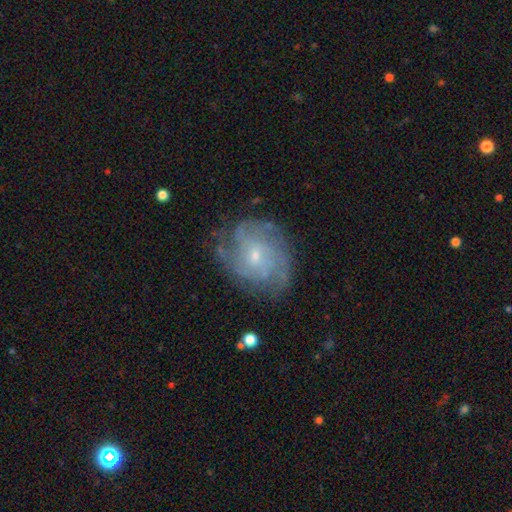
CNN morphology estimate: Smooth or featured?
  - featured or disk: 80% *
  - smooth: 13%
  - star or artifact: 8%
Edge-on disk?
  - no: 97% *
  - yes: 3%
Bar?
  - no: 70% *
  - weak: 27%
  - strong: 3%
Spiral arms?
  - yes: 92% *
  - no: 8%
Spiral winding?
  - tight: 53% *
  - medium: 35%
  - loose: 12%
Spiral arm count?
  - can't tell: 39% *
  - 4: 21%
  - 3: 15%
  - 2: 11%
  - more than 4: 9%
  - 1: 6%
Bulge size?
  - small: 70% *
  - moderate: 26%
  - none: 2%
  - large: 1%
  - dominant: 1%
Merging?
  - none: 72% *
  - minor disturbance: 18%
  - major disturbance: 8%
  - merger: 1%